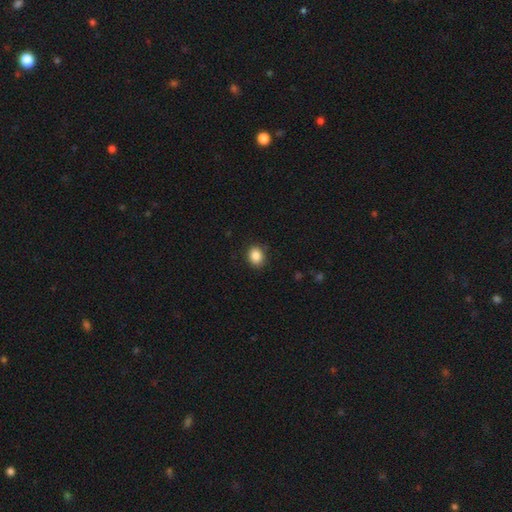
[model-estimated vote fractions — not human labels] smooth-or-featured: smooth: 87% | star or artifact: 9% | featured or disk: 4%
  how-rounded: round: 53% | in between: 46% | cigar-shaped: 1%
  merging: none: 88% | minor disturbance: 9% | major disturbance: 2% | merger: 1%